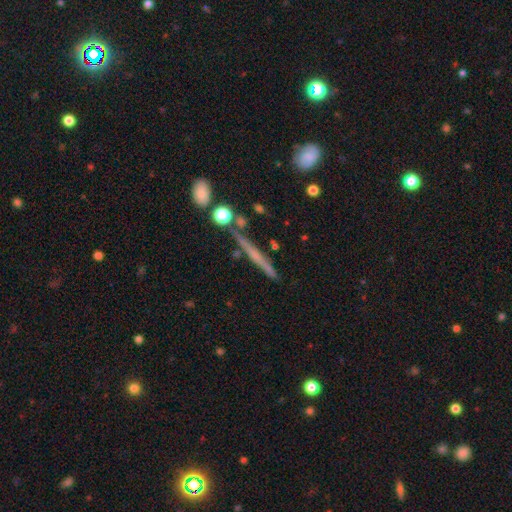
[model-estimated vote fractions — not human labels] smooth_or_featured: featured or disk (p=0.52) [alt: smooth p=0.36]
disk_edge_on: yes (p=0.95) [alt: no p=0.05]
merging: none (p=0.82) [alt: minor disturbance p=0.10]